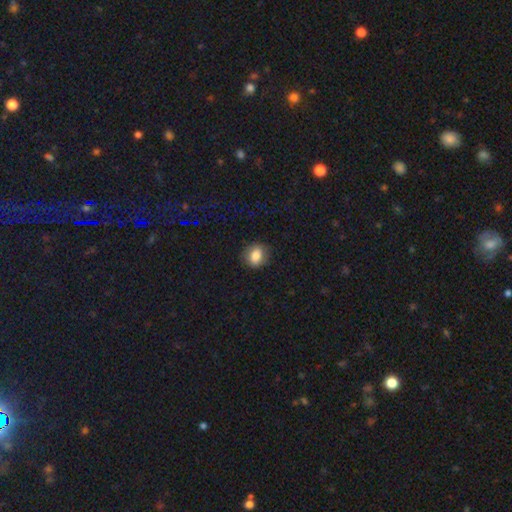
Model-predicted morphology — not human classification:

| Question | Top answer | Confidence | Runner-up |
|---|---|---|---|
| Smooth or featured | smooth | 82% | star or artifact (10%) |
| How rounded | round | 58% | in between (41%) |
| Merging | none | 84% | minor disturbance (12%) |